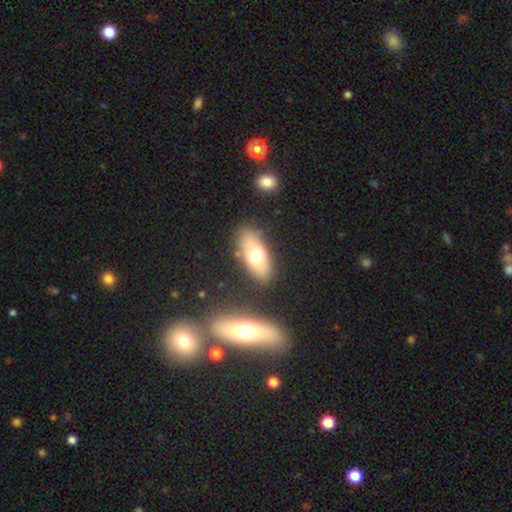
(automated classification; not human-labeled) Q: Smooth or featured?
A: smooth (63%); runner-up: featured or disk (28%)
Q: How rounded?
A: in between (82%); runner-up: cigar-shaped (13%)
Q: Merging?
A: none (81%); runner-up: minor disturbance (11%)